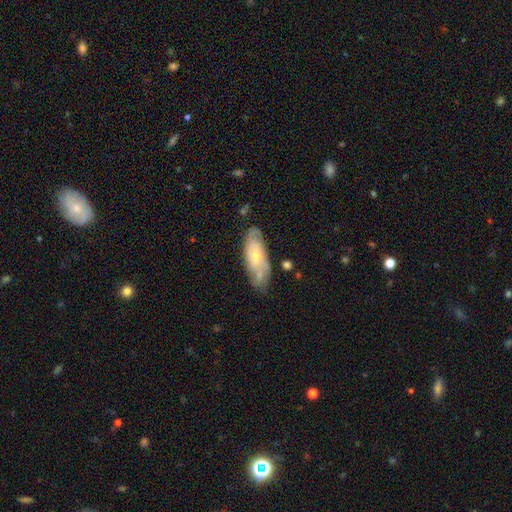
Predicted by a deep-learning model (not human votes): A featured or disk galaxy (71%) with no bar (55%), 2 (41%) tight (53%) spiral arms (87%) and a small central bulge (59%).

Vote fractions:
- Smooth or featured? featured or disk: 71% / smooth: 23% / star or artifact: 6%
- Edge-on disk? no: 87% / yes: 13%
- Bar? no: 55% / weak: 35% / strong: 9%
- Spiral arms? yes: 87% / no: 13%
- Spiral winding? tight: 53% / medium: 36% / loose: 11%
- Spiral arm count? 2: 41% / can't tell: 37% / 3: 12% / 4: 4% / 1: 3% / more than 4: 2%
- Bulge size? small: 59% / moderate: 37% / none: 2% / large: 1% / dominant: 1%
- Merging? none: 72% / minor disturbance: 20% / major disturbance: 5% / merger: 4%